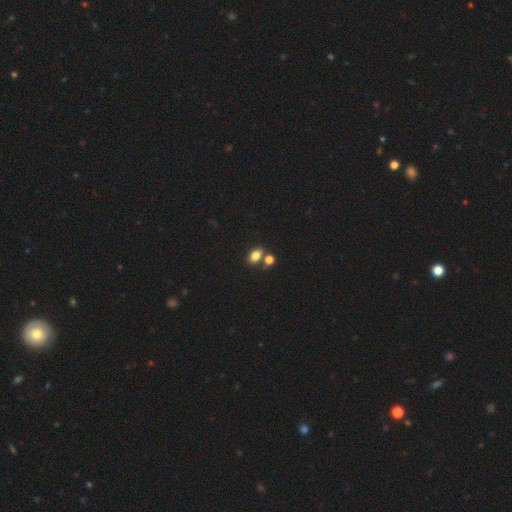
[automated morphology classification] Q: Smooth or featured?
A: smooth (81%); runner-up: star or artifact (12%)
Q: How rounded?
A: in between (76%); runner-up: round (22%)
Q: Merging?
A: none (57%); runner-up: merger (29%)